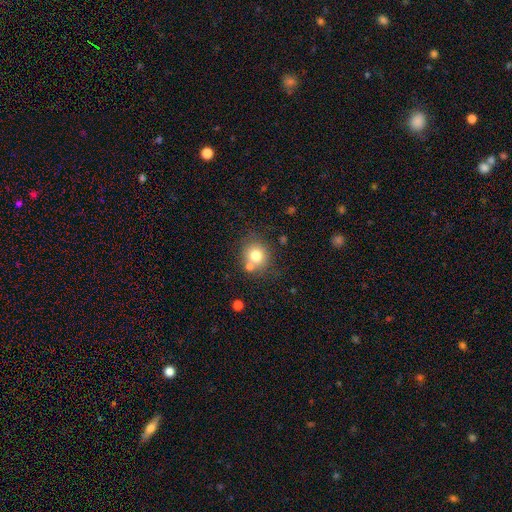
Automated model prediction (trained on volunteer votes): smooth-or-featured: smooth: 76% | featured or disk: 12% | star or artifact: 11%
  how-rounded: round: 84% | in between: 15% | cigar-shaped: 1%
  merging: none: 63% | merger: 22% | minor disturbance: 11% | major disturbance: 4%